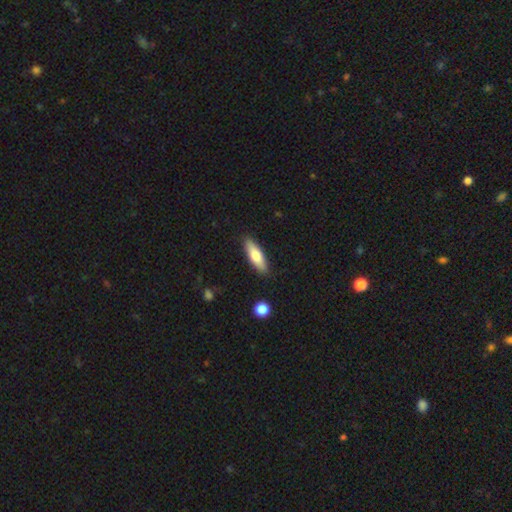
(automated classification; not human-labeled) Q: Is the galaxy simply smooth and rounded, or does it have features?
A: smooth — 72%.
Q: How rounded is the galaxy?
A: cigar-shaped — 52%.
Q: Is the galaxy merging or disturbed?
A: none — 87%.